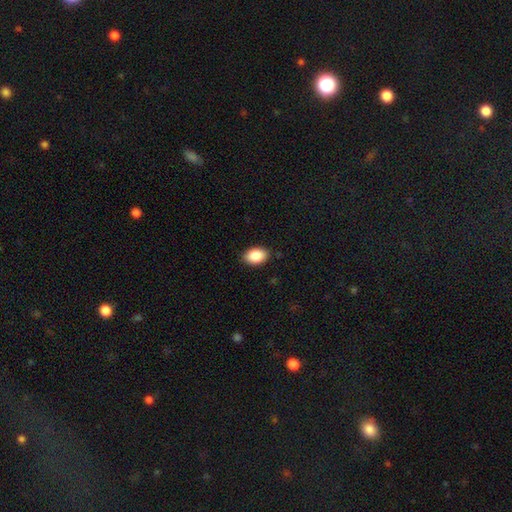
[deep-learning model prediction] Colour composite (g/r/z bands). It shows a smooth galaxy with no disk features (88%) that is in between round and cigar-shaped (86%). Merging: none (87%).